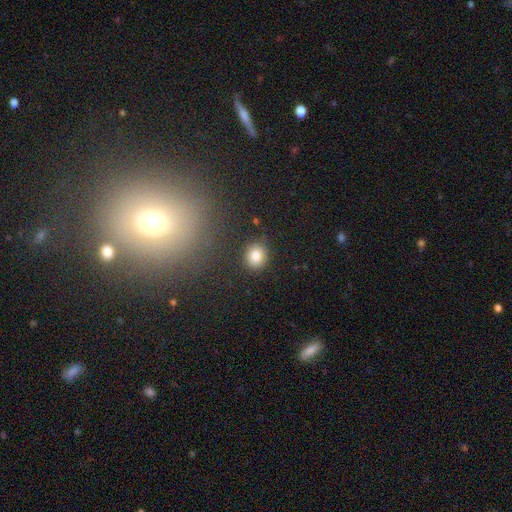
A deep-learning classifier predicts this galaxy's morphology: Smooth or featured? Predicted: smooth (p=0.83). How rounded? Predicted: round (p=0.77). Merging? Predicted: none (p=0.87).